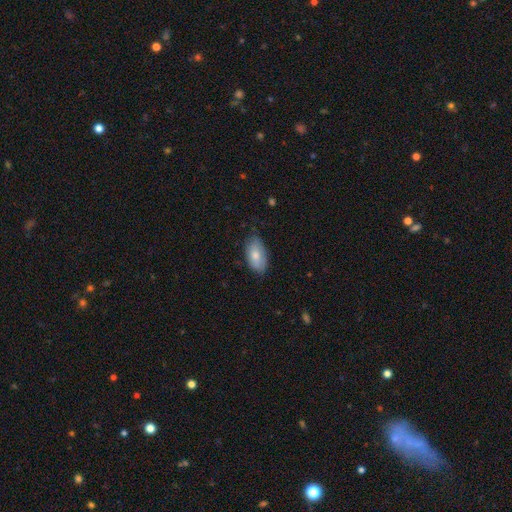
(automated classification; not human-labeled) Smooth or featured? smooth (76%)
How rounded? in between (94%)
Merging? none (72%)